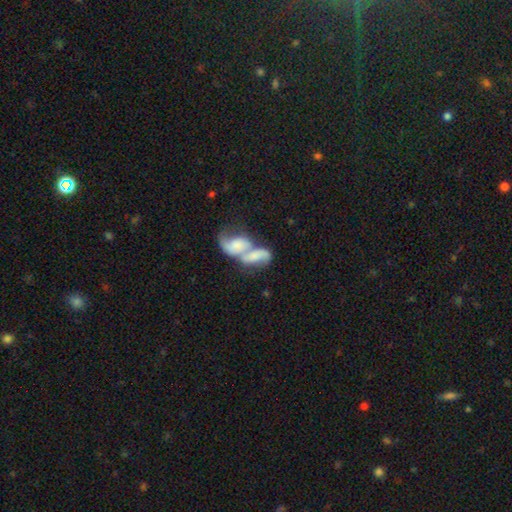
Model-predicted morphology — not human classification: smooth_or_featured: featured or disk (p=0.46) [tied with: smooth p=0.46]
merging: merger (p=0.81) [alt: major disturbance p=0.07]